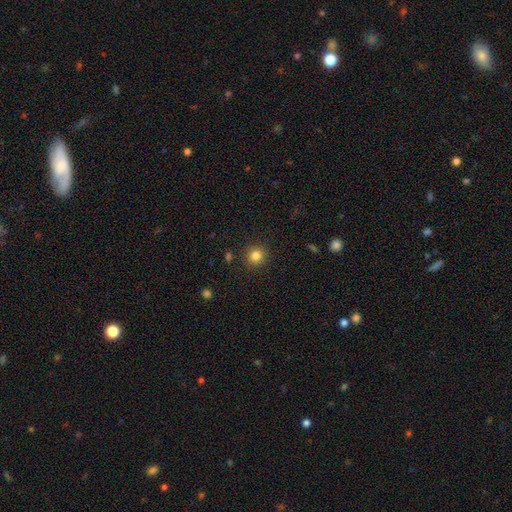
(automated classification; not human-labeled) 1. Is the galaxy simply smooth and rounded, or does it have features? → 83% smooth, 12% star or artifact, 5% featured or disk.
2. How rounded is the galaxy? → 91% round, 8% in between, 1% cigar-shaped.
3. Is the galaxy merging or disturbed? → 90% none, 6% minor disturbance, 2% major disturbance, 2% merger.